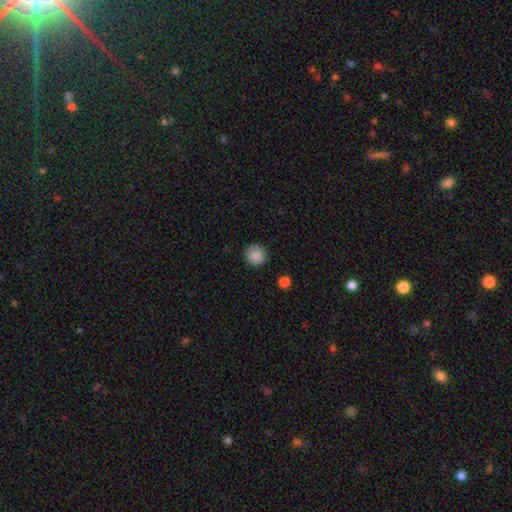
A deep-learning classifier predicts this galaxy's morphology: smooth 88%, star or artifact 8%, featured or disk 3%. Down the decision tree: how rounded — round (92%); merging — none (89%).